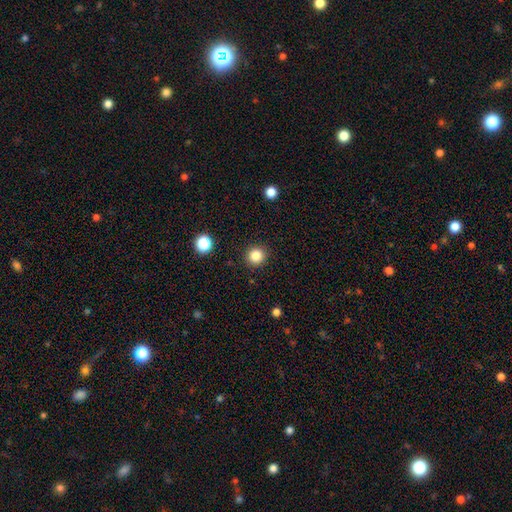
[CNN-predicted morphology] The model was most divided on "smooth or featured": smooth: 84%, star or artifact: 11%, featured or disk: 4%. More confident: how rounded — round (93%); merging — none (92%).